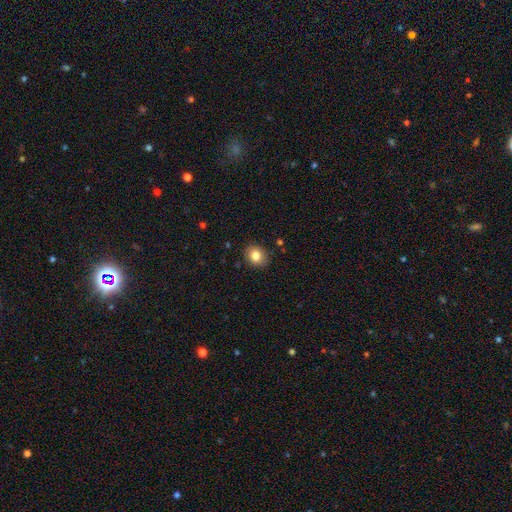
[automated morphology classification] Smooth or featured: smooth — 83% (star or artifact — 9%)
How rounded: round — 61% (in between — 39%)
Merging: none — 87% (minor disturbance — 9%)